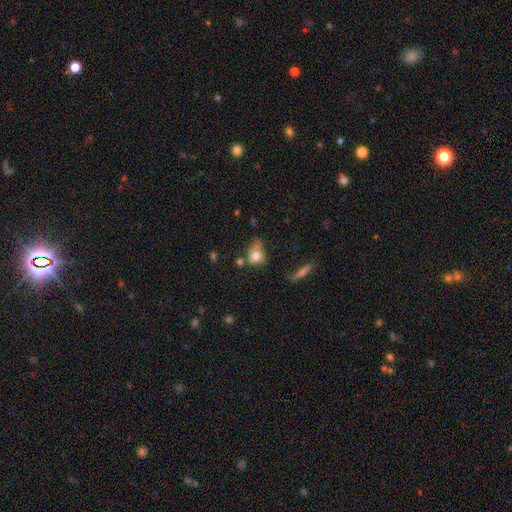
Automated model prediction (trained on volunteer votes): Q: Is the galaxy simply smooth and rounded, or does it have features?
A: smooth — 73%.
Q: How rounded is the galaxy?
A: in between — 54%.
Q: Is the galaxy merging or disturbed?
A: none — 35%.